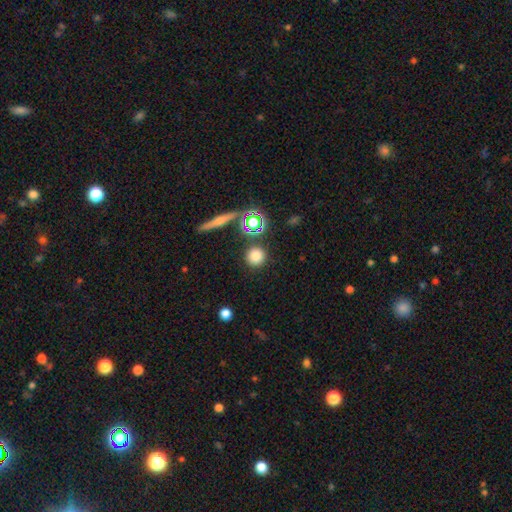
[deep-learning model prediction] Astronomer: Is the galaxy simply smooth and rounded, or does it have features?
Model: smooth — 77%.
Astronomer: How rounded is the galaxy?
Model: round — 93%.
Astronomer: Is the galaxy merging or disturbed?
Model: none — 86%.